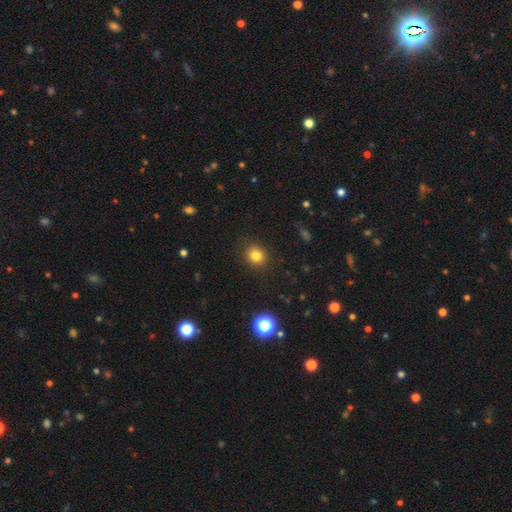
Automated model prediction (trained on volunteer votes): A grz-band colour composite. It shows a smooth galaxy with no disk features (81%) that is round (77%). Merging: none (88%).